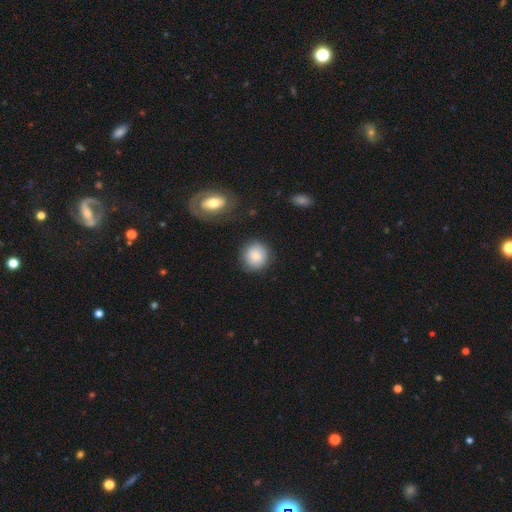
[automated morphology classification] Overall: smooth (84%). How rounded: round (90%). Merging: none (84%).